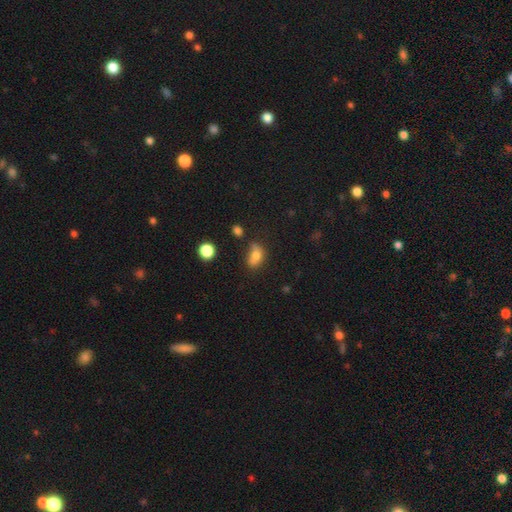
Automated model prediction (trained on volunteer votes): Smooth or featured?
  - smooth: 70% *
  - featured or disk: 17%
  - star or artifact: 13%
How rounded?
  - in between: 75% *
  - round: 22%
  - cigar-shaped: 4%
Merging?
  - none: 41% *
  - minor disturbance: 29%
  - merger: 15%
  - major disturbance: 15%